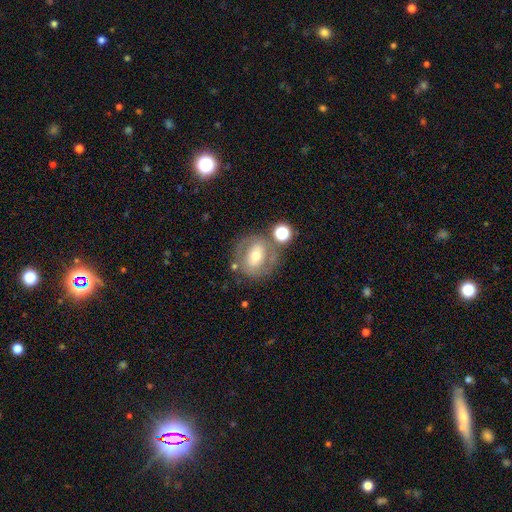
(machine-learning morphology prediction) type=featured or disk (56%); edge-on=no (94%); bar=no (40%); spiral arms=no (64%); bulge=moderate (65%); merging=none (65%).